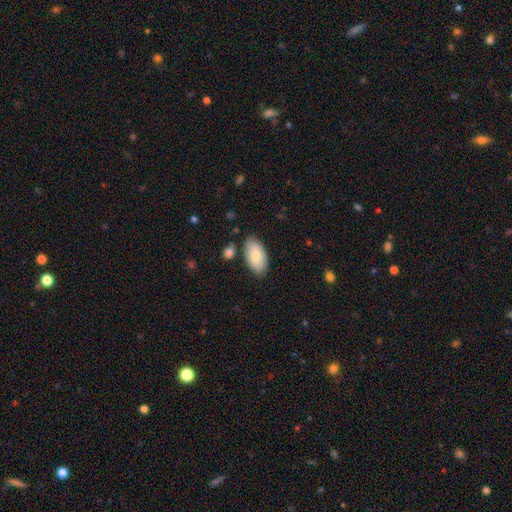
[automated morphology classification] Smooth or featured? smooth (79%)
How rounded? in between (95%)
Merging? none (81%)